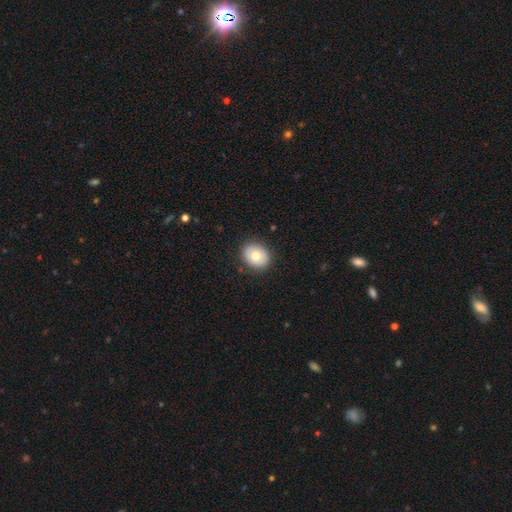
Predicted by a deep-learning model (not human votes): Overall: smooth (69%). How rounded: round (63%; in between 37%). Merging: none (87%).